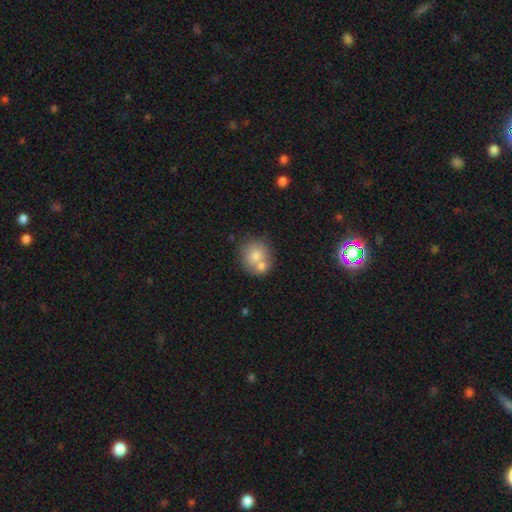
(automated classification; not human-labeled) Smooth or featured? Predicted: smooth (p=0.74). How rounded? Predicted: round (p=0.79). Merging? Predicted: none (p=0.44).